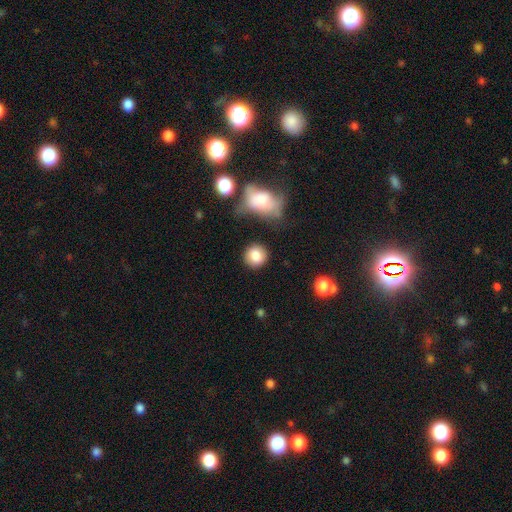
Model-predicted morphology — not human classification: Overall: smooth (83%). How rounded: round (87%). Merging: none (82%).